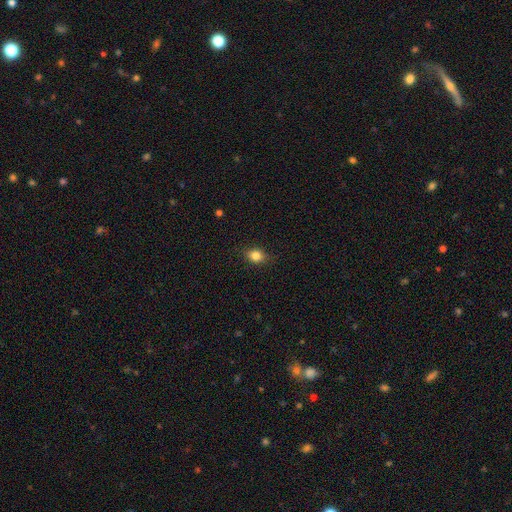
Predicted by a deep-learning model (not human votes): Q: Smooth or featured?
A: smooth (83%); runner-up: star or artifact (11%)
Q: How rounded?
A: in between (50%); runner-up: round (48%)
Q: Merging?
A: none (84%); runner-up: minor disturbance (12%)